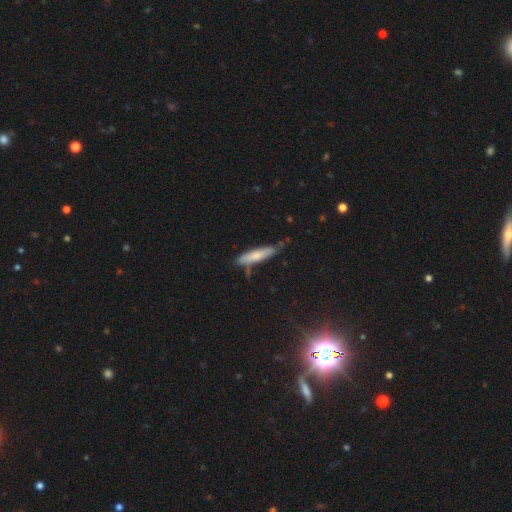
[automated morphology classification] This is likely a smooth galaxy (70%). How rounded: clearly cigar-shaped (82%). Merging: likely none (67%).